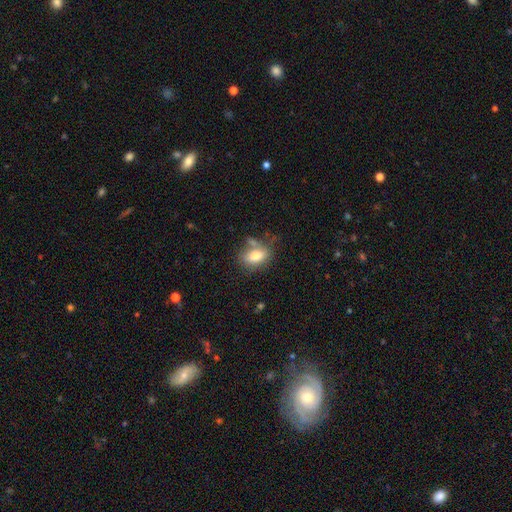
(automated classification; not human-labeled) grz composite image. It shows a smooth galaxy with no disk features (74%) that is in between round and cigar-shaped (82%). Merging: none (61%).